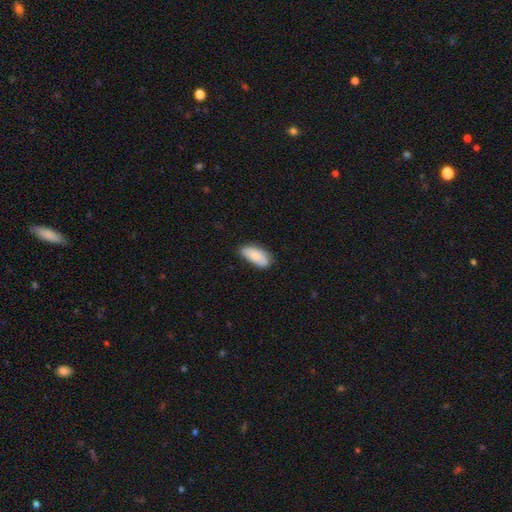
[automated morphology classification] Smooth or featured?
  - smooth: 80% *
  - featured or disk: 14%
  - star or artifact: 6%
How rounded?
  - in between: 88% *
  - cigar-shaped: 10%
  - round: 2%
Merging?
  - none: 65% *
  - minor disturbance: 28%
  - major disturbance: 5%
  - merger: 2%